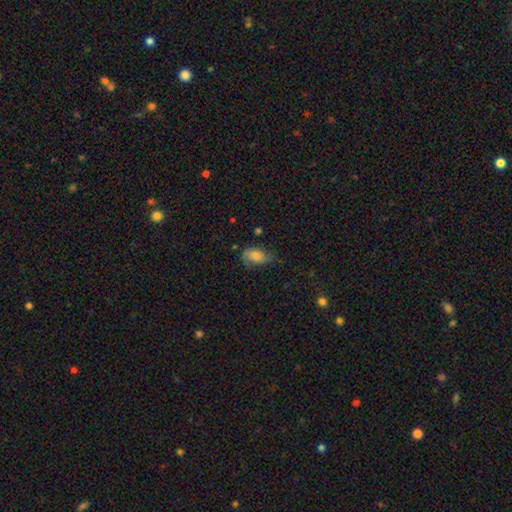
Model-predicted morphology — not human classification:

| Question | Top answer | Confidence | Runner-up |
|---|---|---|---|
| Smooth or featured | smooth | 65% | featured or disk (26%) |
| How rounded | in between | 89% | round (8%) |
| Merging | none | 50% | minor disturbance (33%) |